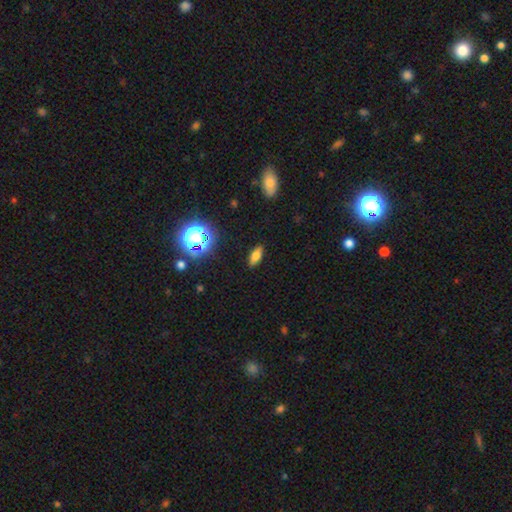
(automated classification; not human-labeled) smooth-or-featured: smooth: 66% | featured or disk: 18% | star or artifact: 16%
  how-rounded: in between: 75% | cigar-shaped: 19% | round: 6%
  merging: none: 88% | minor disturbance: 8% | major disturbance: 2% | merger: 1%